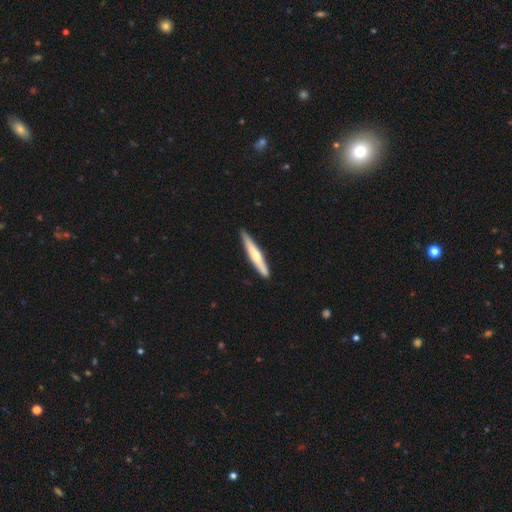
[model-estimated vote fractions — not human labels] smooth 49%, featured or disk 46%, star or artifact 5%. Down the decision tree: merging — none (89%).